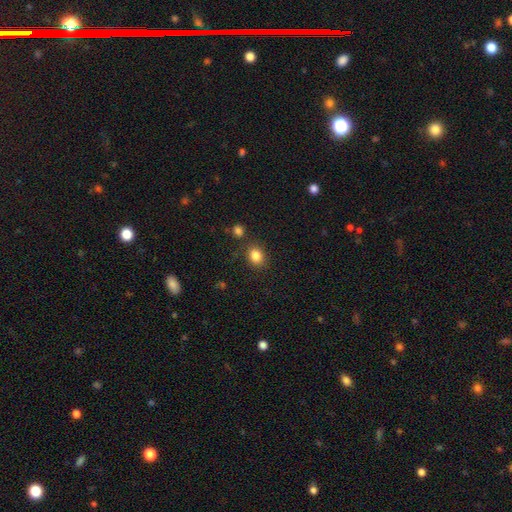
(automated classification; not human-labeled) Smooth or featured? Predicted: smooth (p=0.84). How rounded? Predicted: round (p=0.50). Merging? Predicted: none (p=0.80).